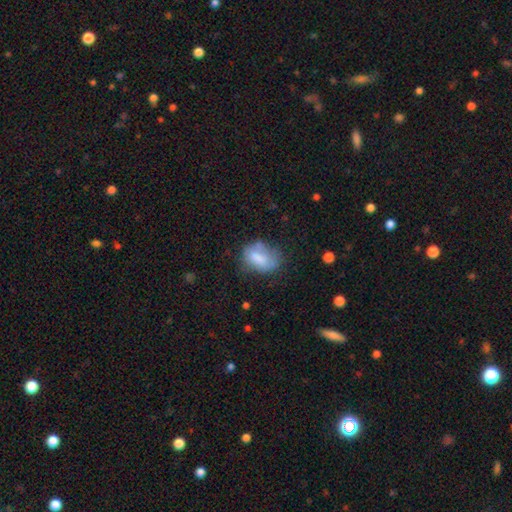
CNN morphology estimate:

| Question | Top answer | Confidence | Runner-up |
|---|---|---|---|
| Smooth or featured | smooth | 68% | featured or disk (22%) |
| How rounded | in between | 78% | round (20%) |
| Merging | none | 48% | minor disturbance (31%) |